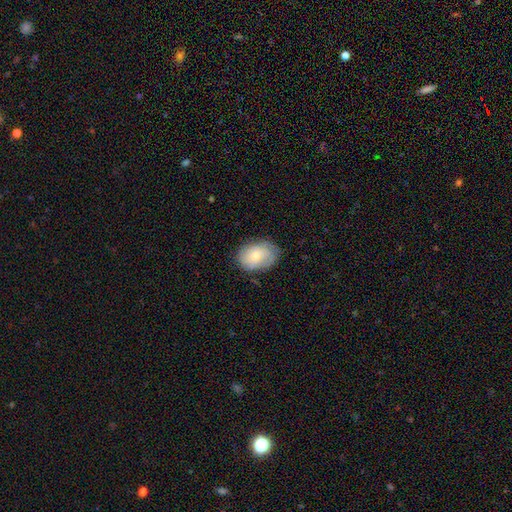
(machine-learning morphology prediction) Smooth or featured: smooth — 67% (featured or disk — 26%)
How rounded: in between — 74% (round — 25%)
Merging: none — 73% (minor disturbance — 20%)